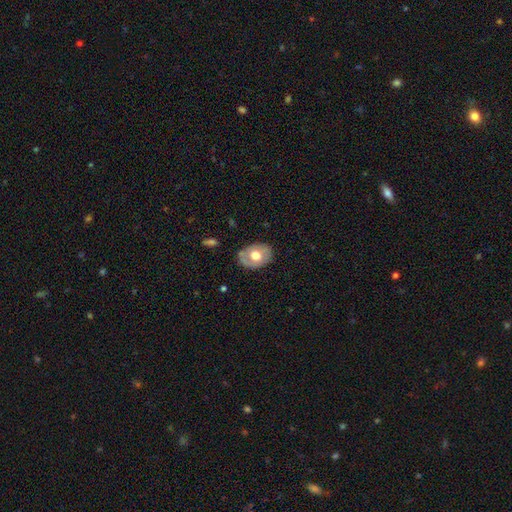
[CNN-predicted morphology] A smooth galaxy with no disk features (53%) that is in between round and cigar-shaped (69%). Merging: none (77%).